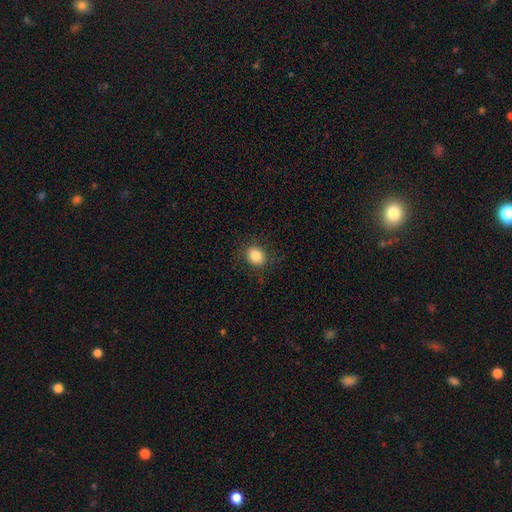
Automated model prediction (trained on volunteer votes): Smooth or featured? smooth (83%)
How rounded? round (65%)
Merging? none (85%)